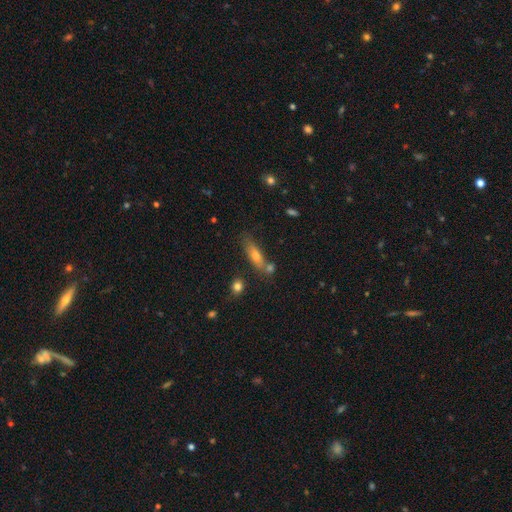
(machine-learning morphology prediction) Smooth or featured? smooth (60%)
How rounded? cigar-shaped (57%)
Merging? none (63%)